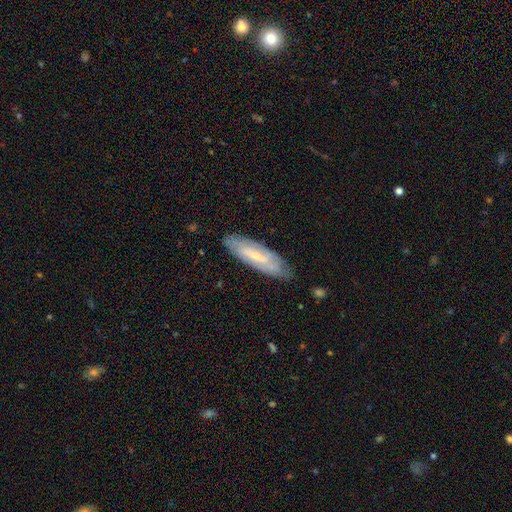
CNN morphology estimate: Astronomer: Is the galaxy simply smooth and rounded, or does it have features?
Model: featured or disk — 58% (runner-up: smooth, 35%).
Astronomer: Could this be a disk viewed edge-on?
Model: no — 70%.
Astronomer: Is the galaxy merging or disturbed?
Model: none — 81%.